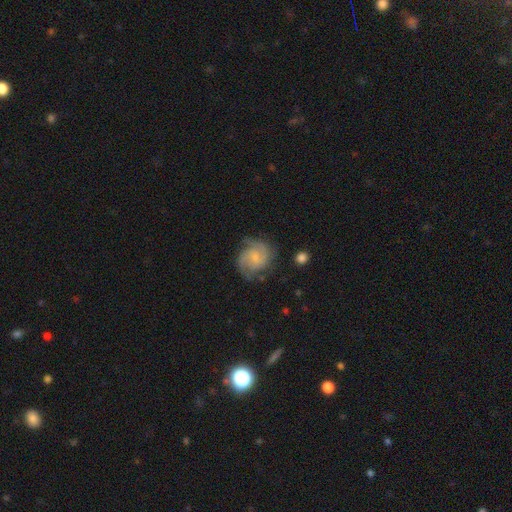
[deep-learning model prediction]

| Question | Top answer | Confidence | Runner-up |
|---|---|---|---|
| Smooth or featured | featured or disk | 80% | smooth (14%) |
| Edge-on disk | no | 98% | yes (2%) |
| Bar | no | 58% | weak (37%) |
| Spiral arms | yes | 96% | no (4%) |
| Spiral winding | medium | 46% | tight (40%) |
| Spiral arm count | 2 | 61% | 3 (17%) |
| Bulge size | small | 67% | moderate (22%) |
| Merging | none | 72% | minor disturbance (19%) |